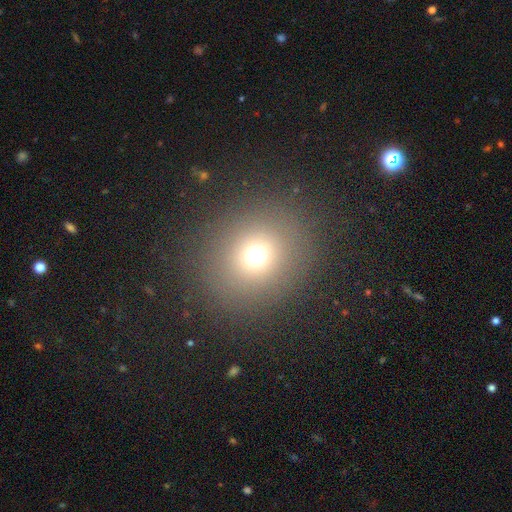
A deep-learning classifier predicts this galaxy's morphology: This is likely a smooth galaxy (68%). How rounded: clearly round (83%). Merging: clearly none (86%).